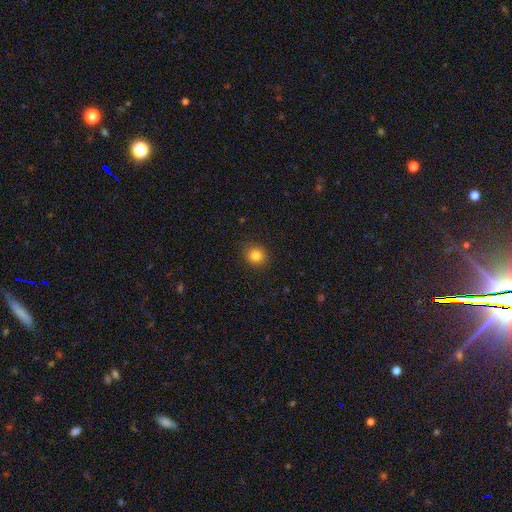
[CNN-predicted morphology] Overall: smooth (83%). How rounded: round (81%). Merging: none (88%).